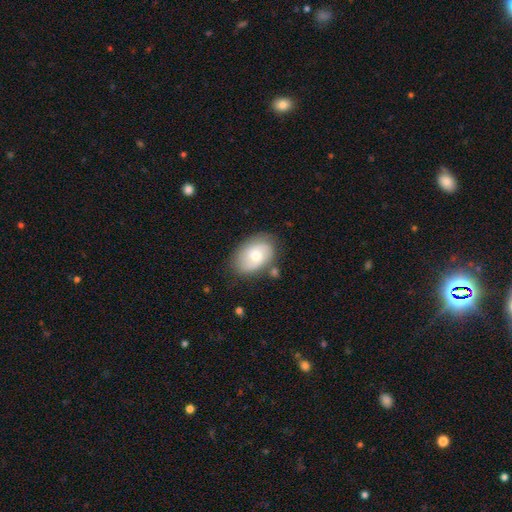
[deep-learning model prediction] smooth 50%, featured or disk 44%, star or artifact 7%. Down the decision tree: merging — none (72%).